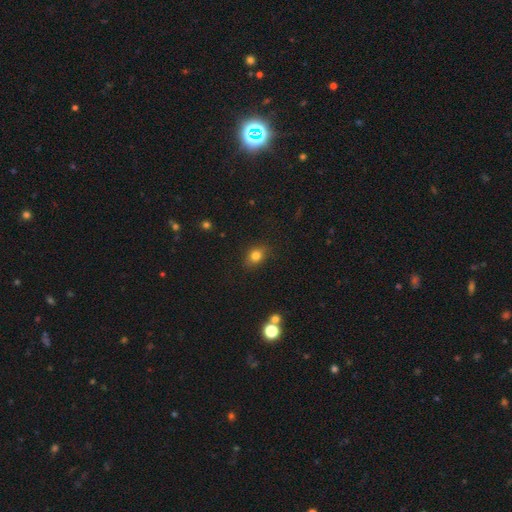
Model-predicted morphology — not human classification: Overall: smooth (80%). How rounded: in between (56%; round 43%). Merging: none (83%).